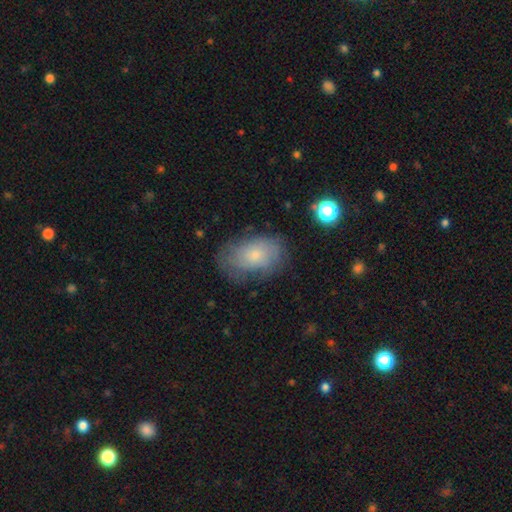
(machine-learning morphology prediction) This is likely a smooth galaxy (63%). How rounded: clearly in between (85%). Merging: likely none (63%).